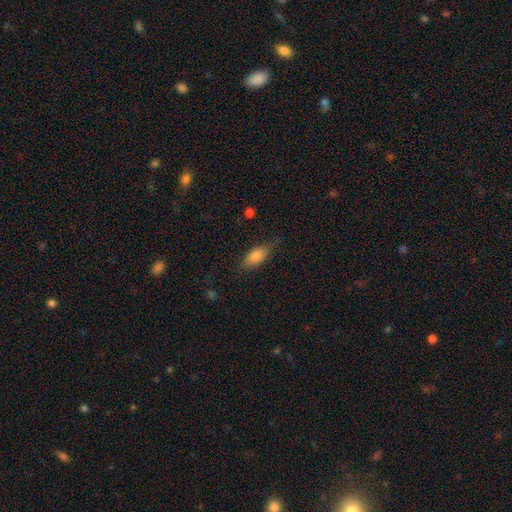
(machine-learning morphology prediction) smooth_or_featured: smooth (p=0.81) [alt: featured or disk p=0.12]
how_rounded: in between (p=0.81) [alt: cigar-shaped p=0.16]
merging: none (p=0.72) [alt: minor disturbance p=0.21]